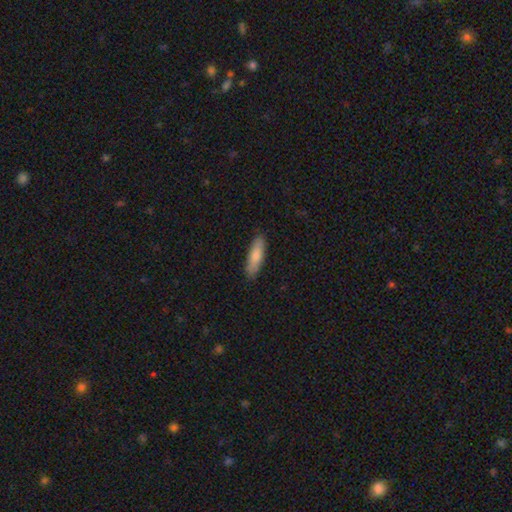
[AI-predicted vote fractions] smooth_or_featured: smooth (p=0.81) [alt: featured or disk p=0.13]
how_rounded: cigar-shaped (p=0.59) [alt: in between p=0.39]
merging: none (p=0.87) [alt: minor disturbance p=0.10]